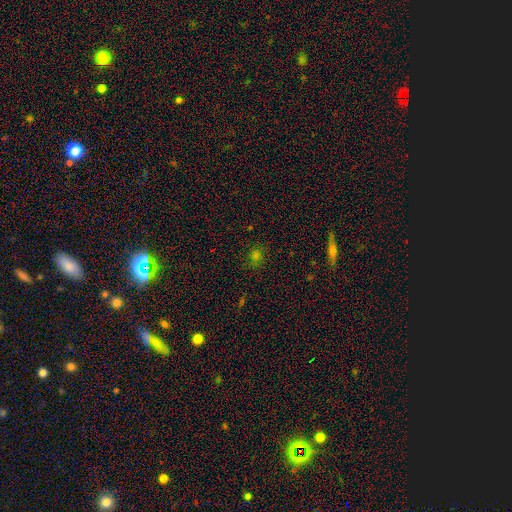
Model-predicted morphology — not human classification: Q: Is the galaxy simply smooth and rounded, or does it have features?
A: smooth — 52%.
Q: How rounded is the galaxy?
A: round — 67%.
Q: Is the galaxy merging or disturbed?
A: none — 82%.